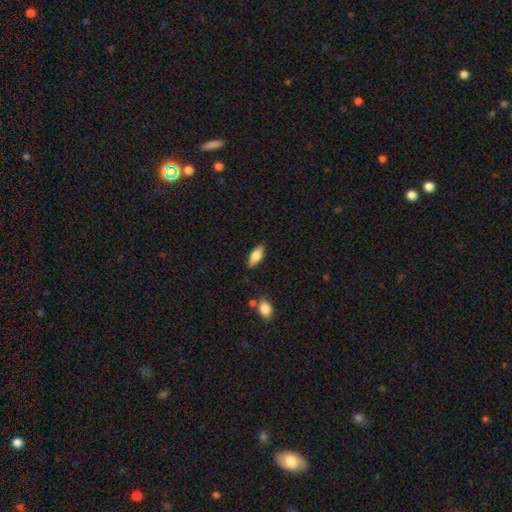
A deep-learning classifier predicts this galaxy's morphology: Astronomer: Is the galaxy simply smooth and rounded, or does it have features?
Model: smooth — 70%.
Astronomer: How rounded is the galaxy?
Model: in between — 76%.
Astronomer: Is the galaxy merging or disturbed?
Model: none — 84%.